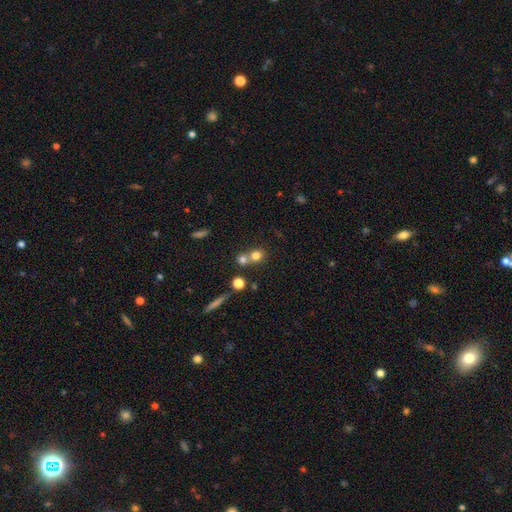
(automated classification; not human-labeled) Smooth or featured: smooth — 75% (star or artifact — 13%)
How rounded: round — 84% (in between — 14%)
Merging: merger — 46% (none — 45%)